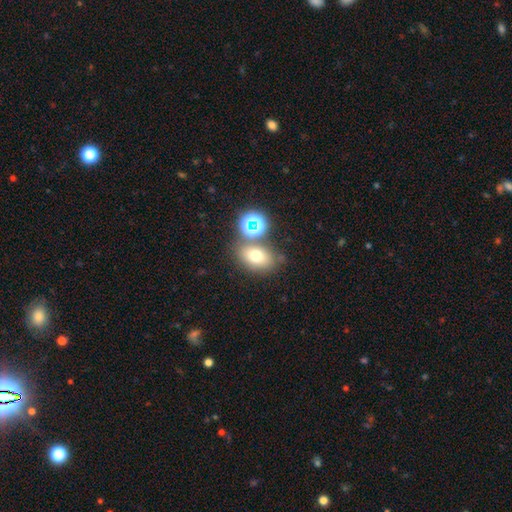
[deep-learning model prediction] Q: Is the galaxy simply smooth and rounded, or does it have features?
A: smooth — 68%.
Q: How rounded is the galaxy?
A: in between — 69%.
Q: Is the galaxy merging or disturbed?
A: none — 66%.